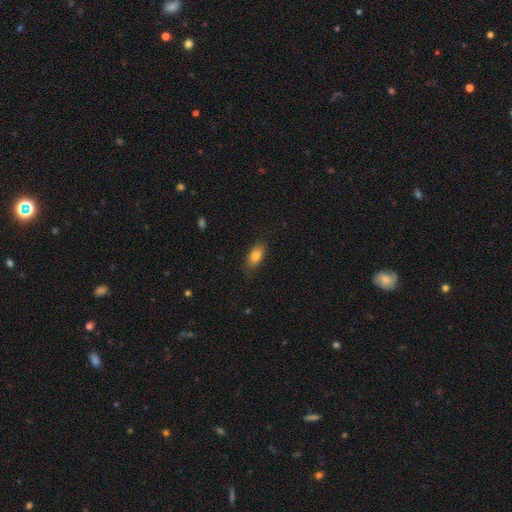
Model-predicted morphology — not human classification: Q: Smooth or featured?
A: smooth (81%); runner-up: featured or disk (11%)
Q: How rounded?
A: in between (83%); runner-up: cigar-shaped (13%)
Q: Merging?
A: none (79%); runner-up: minor disturbance (16%)